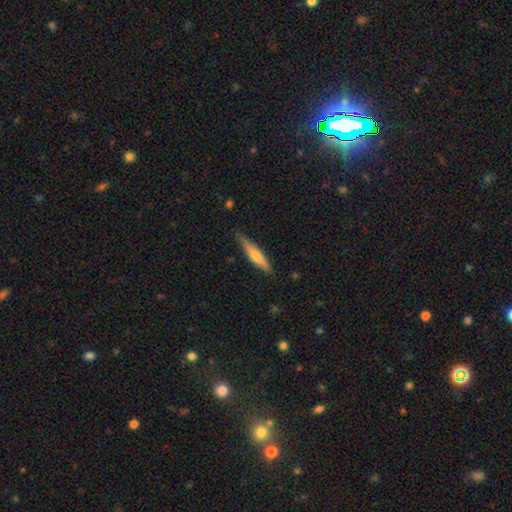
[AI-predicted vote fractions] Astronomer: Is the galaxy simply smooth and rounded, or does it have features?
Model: smooth — 61%.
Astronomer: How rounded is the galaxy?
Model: cigar-shaped — 88%.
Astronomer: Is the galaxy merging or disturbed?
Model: none — 81%.